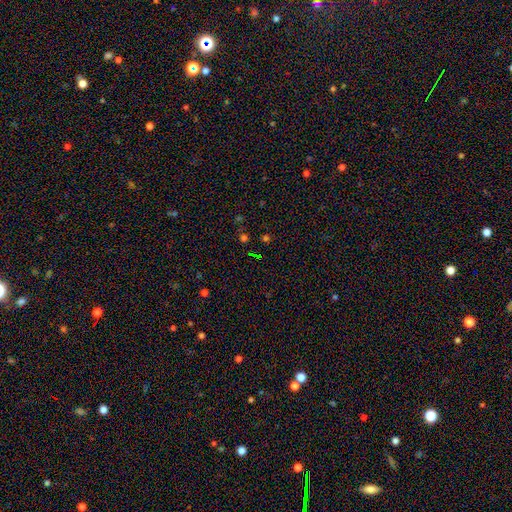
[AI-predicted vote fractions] A star or artifact, not a galaxy (61%).

Vote fractions:
- Smooth or featured? star or artifact: 61% / smooth: 31% / featured or disk: 9%